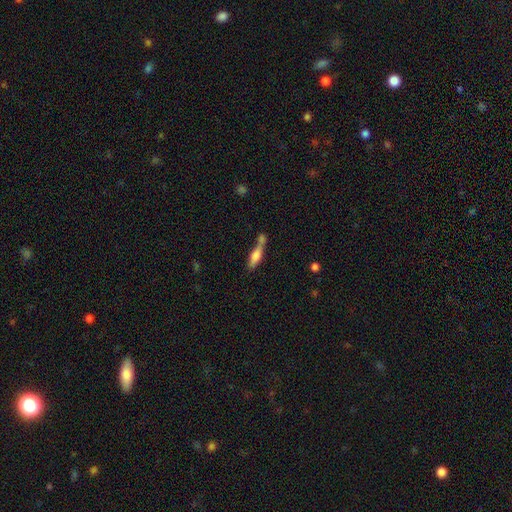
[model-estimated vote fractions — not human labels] Smooth or featured: smooth — 63% (featured or disk — 29%)
How rounded: cigar-shaped — 61% (in between — 36%)
Merging: merger — 39% (none — 37%)